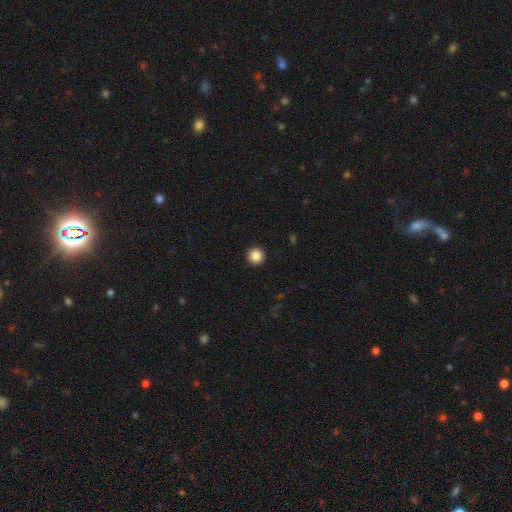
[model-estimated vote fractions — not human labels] Smooth or featured?
  - smooth: 87% *
  - star or artifact: 9%
  - featured or disk: 3%
How rounded?
  - round: 95% *
  - in between: 4%
  - cigar-shaped: 1%
Merging?
  - none: 93% *
  - minor disturbance: 4%
  - major disturbance: 1%
  - merger: 1%